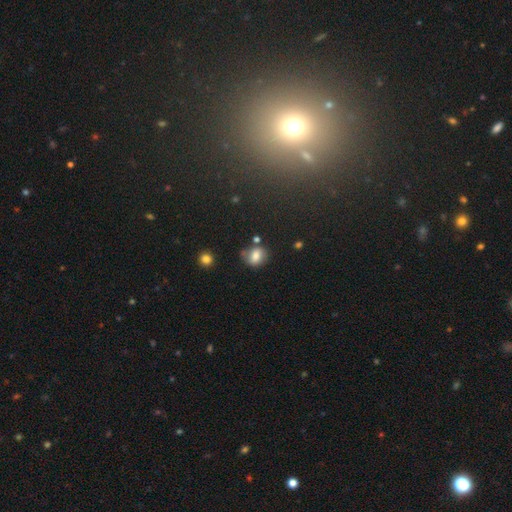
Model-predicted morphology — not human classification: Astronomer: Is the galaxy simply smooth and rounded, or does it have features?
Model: smooth — 77%.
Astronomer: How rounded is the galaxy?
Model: round — 56% (runner-up: in between, 43%).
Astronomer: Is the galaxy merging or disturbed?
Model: none — 66%.